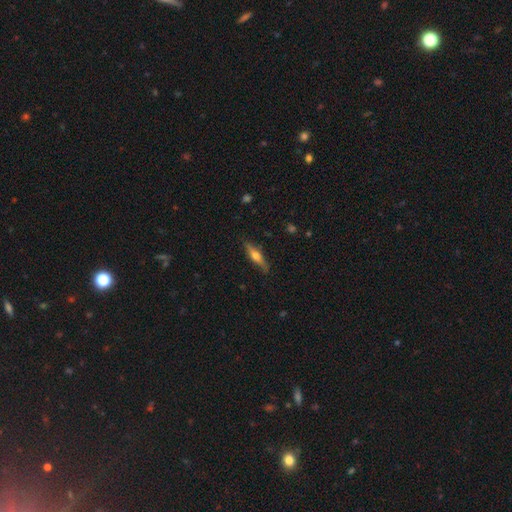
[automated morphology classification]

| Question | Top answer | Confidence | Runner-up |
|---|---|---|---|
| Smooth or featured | featured or disk | 58% | smooth (36%) |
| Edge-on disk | yes | 95% | no (5%) |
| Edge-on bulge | rounded | 91% | boxy (6%) |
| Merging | none | 85% | minor disturbance (11%) |